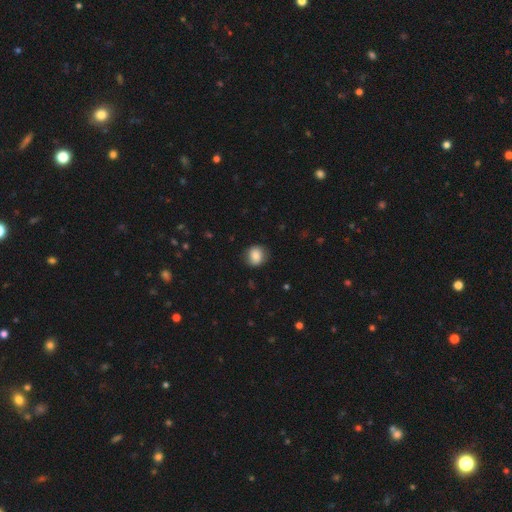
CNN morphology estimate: smooth 83%, featured or disk 9%, star or artifact 8%. Down the decision tree: how rounded — round (80%); merging — none (84%).